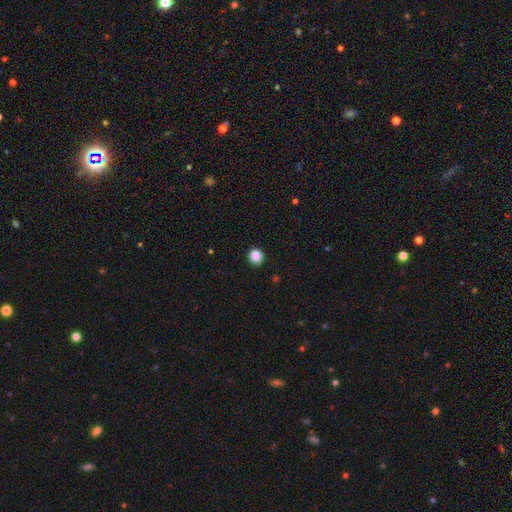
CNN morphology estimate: The model was most divided on "smooth or featured": smooth: 88%, star or artifact: 10%, featured or disk: 2%. More confident: merging — none (91%); how rounded — round (90%).